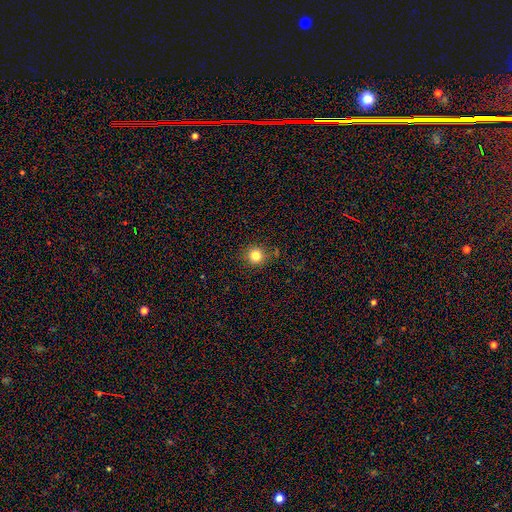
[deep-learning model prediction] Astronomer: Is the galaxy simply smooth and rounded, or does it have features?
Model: smooth — 81%.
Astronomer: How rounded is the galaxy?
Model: round — 92%.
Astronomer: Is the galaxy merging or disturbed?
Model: none — 87%.